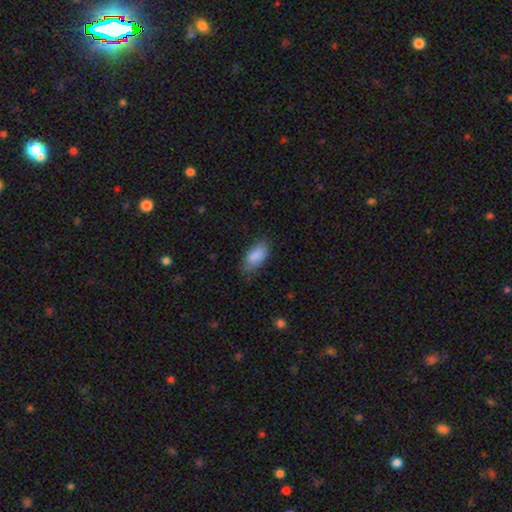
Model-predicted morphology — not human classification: This appears to be a smooth galaxy with no disk features (88%) that is in between round and cigar-shaped (89%). Merging: none (69%).